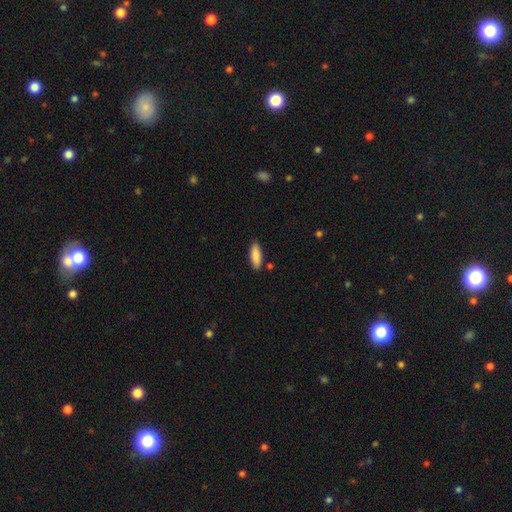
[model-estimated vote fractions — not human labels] This appears to be a smooth galaxy with no disk features (88%) that is in between round and cigar-shaped (63%). Merging: none (84%).